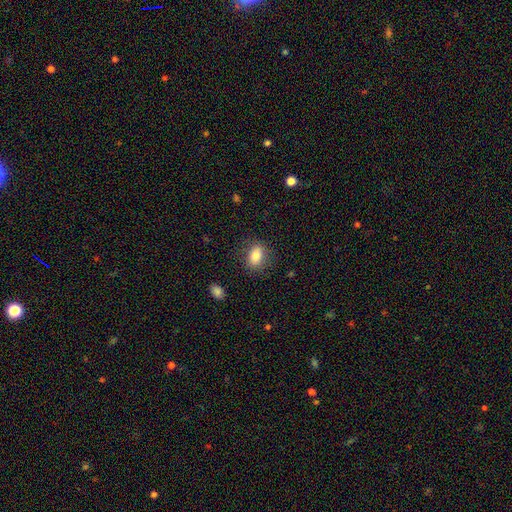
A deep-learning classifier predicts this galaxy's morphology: Smooth or featured? Predicted: smooth (p=0.82). How rounded? Predicted: in between (p=0.80). Merging? Predicted: none (p=0.83).